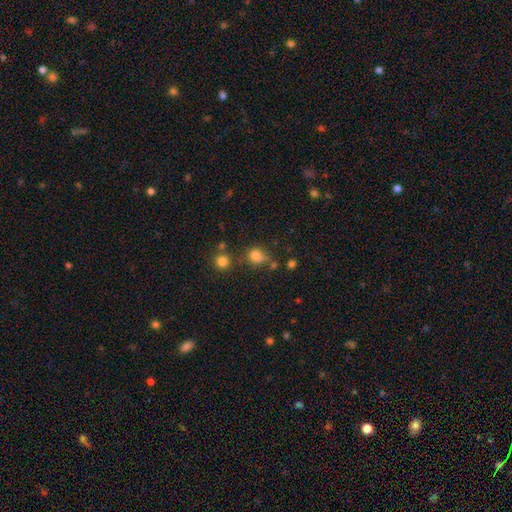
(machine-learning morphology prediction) Overall: smooth (76%). How rounded: round (75%). Merging: none (56%; minor disturbance 18%).